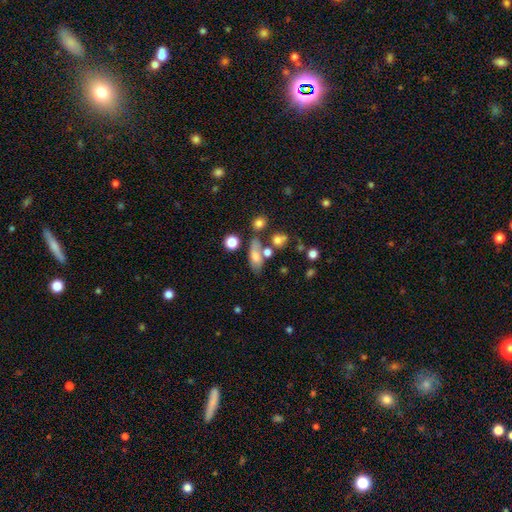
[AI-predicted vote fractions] Smooth or featured: smooth — 70% (featured or disk — 20%)
How rounded: in between — 66% (cigar-shaped — 25%)
Merging: none — 54% (merger — 19%)